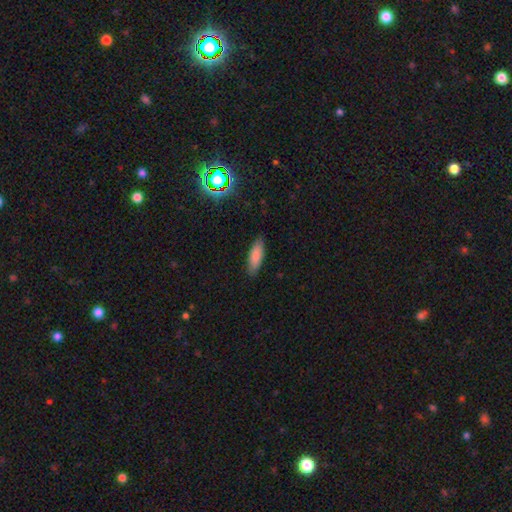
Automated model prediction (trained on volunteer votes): Overall: smooth (84%). How rounded: in between (56%; cigar-shaped 42%). Merging: none (87%).